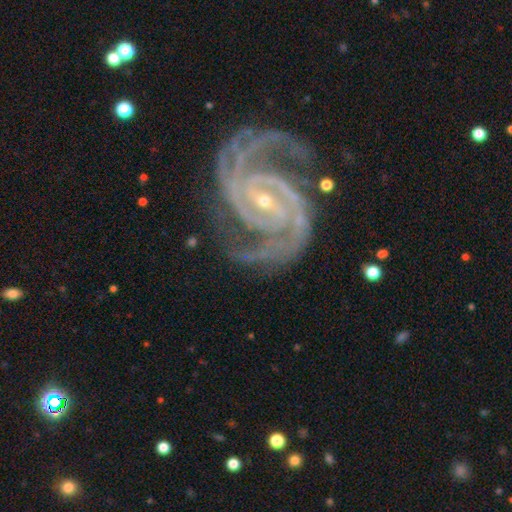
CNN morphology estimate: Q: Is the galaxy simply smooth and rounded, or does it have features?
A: featured or disk — 93%.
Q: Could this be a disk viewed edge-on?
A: no — 98%.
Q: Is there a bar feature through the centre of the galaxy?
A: strong — 38%.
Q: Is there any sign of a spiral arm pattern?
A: yes — 99%.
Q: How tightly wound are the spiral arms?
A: tight — 55%.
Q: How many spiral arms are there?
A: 2 — 40%.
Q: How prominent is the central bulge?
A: small — 80%.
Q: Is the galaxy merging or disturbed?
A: none — 67%.